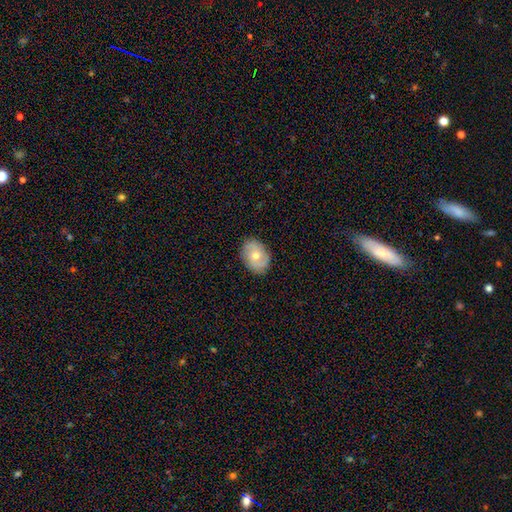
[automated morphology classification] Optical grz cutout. It shows a featured or disk galaxy (52%). Merging: none (85%).